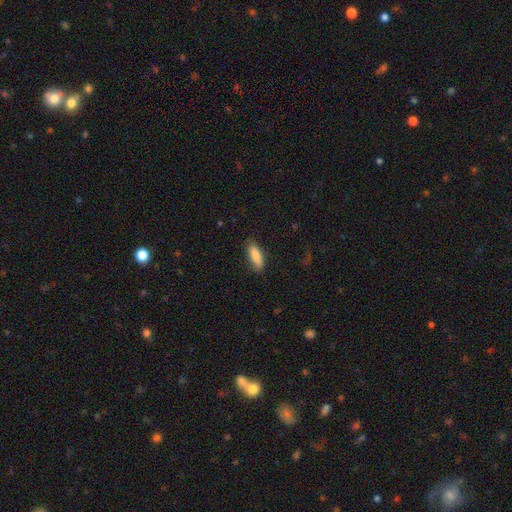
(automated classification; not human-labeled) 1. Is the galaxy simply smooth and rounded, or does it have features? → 87% smooth, 7% featured or disk, 6% star or artifact.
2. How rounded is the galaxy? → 58% in between, 40% cigar-shaped, 2% round.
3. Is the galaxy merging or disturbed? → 82% none, 14% minor disturbance, 3% major disturbance, 1% merger.